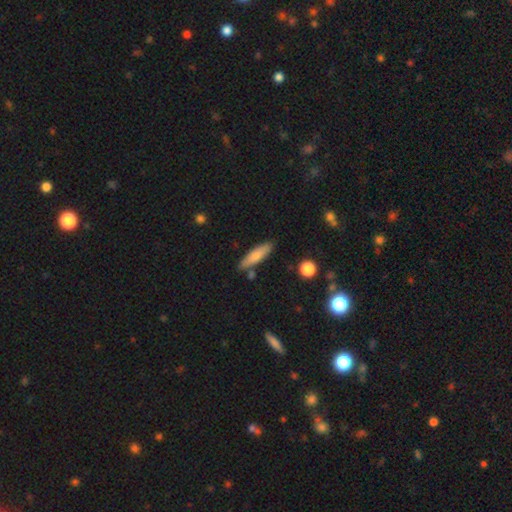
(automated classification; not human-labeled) Smooth or featured?
  - smooth: 74% *
  - featured or disk: 20%
  - star or artifact: 6%
How rounded?
  - cigar-shaped: 68% *
  - in between: 30%
  - round: 2%
Merging?
  - none: 81% *
  - minor disturbance: 12%
  - merger: 5%
  - major disturbance: 2%